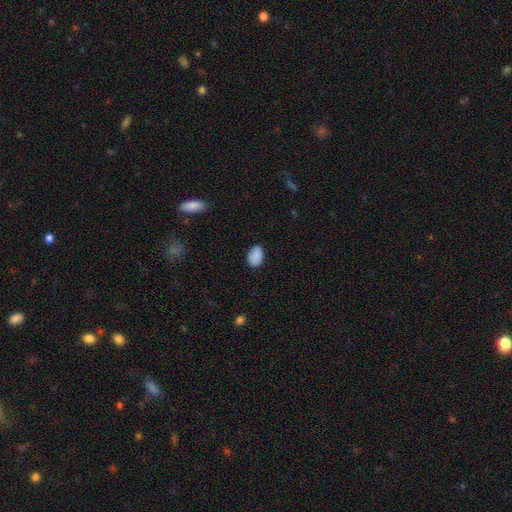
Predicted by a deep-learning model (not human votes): This appears to be a smooth galaxy with no disk features (89%) that is in between round and cigar-shaped (84%). Merging: none (82%).